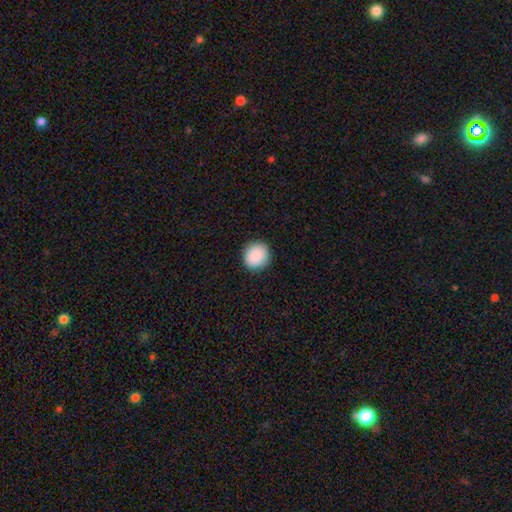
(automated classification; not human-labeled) smooth-or-featured: smooth: 89% | star or artifact: 7% | featured or disk: 3%
  how-rounded: round: 86% | in between: 13% | cigar-shaped: 1%
  merging: none: 90% | minor disturbance: 7% | major disturbance: 2% | merger: 1%